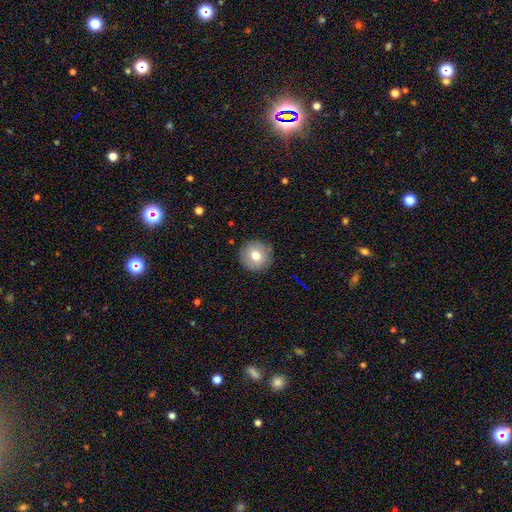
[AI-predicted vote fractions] smooth 74%, featured or disk 16%, star or artifact 10%. Down the decision tree: how rounded — round (94%); merging — none (88%).